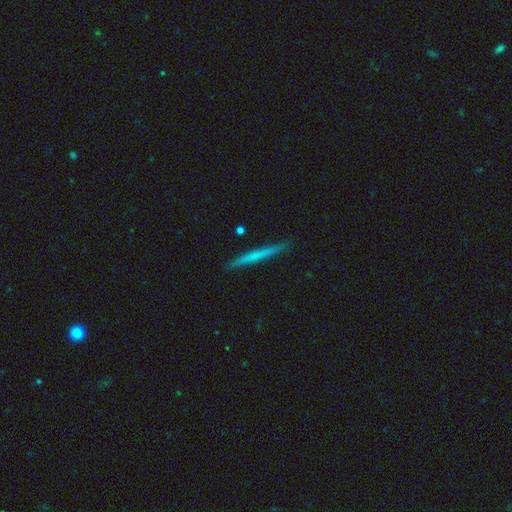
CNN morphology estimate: smooth 54%, featured or disk 40%, star or artifact 6%. Down the decision tree: how rounded — cigar-shaped (97%); merging — none (91%).